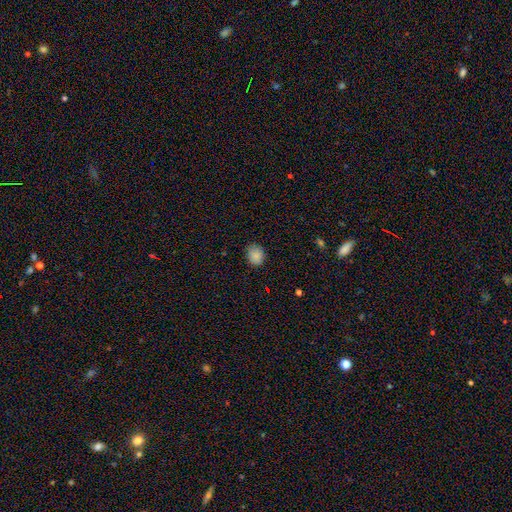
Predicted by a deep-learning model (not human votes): Morphology: type=smooth (86%); roundness=round (59%); merging=none (85%).